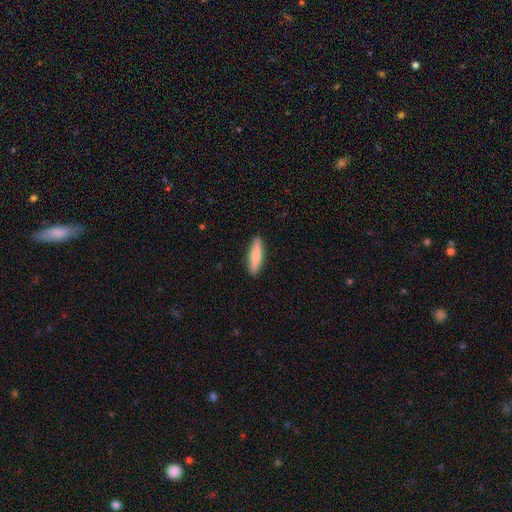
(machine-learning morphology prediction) type=smooth (81%); roundness=cigar-shaped (74%); merging=none (90%).